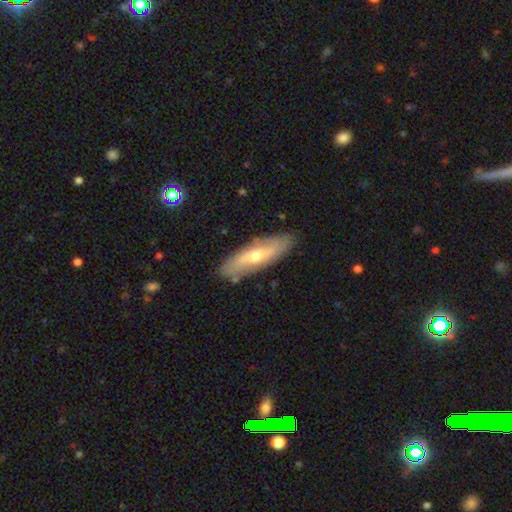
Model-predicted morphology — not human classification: smooth-or-featured: featured or disk: 51% | smooth: 44% | star or artifact: 6%
  disk-edge-on: no: 63% | yes: 37%
  merging: none: 83% | minor disturbance: 12% | major disturbance: 3% | merger: 2%